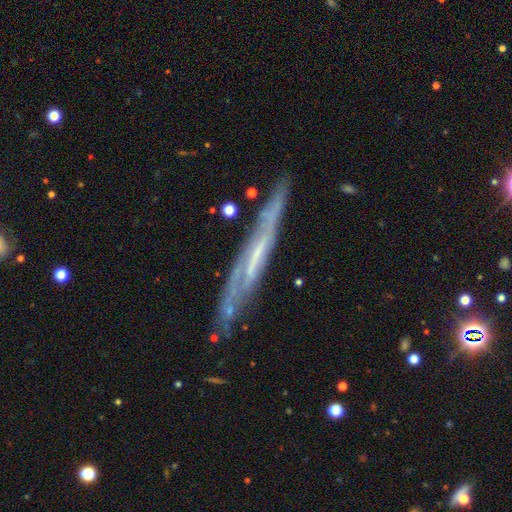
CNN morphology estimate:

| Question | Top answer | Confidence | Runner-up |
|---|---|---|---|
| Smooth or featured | featured or disk | 73% | smooth (20%) |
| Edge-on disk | yes | 75% | no (25%) |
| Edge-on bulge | none | 80% | rounded (13%) |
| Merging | none | 76% | minor disturbance (17%) |